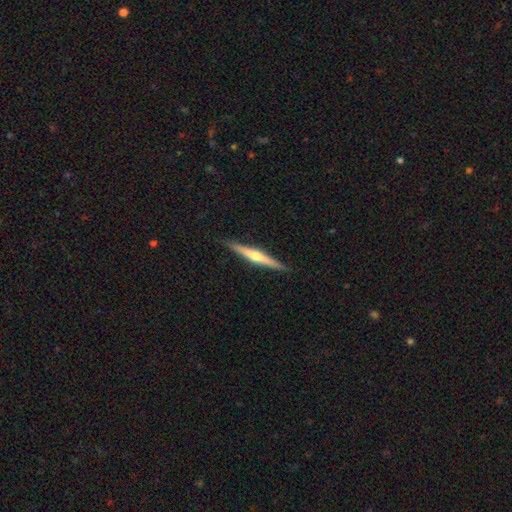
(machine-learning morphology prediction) type=featured or disk (70%); edge-on=yes (98%); edge-on bulge=rounded (88%); merging=none (90%).